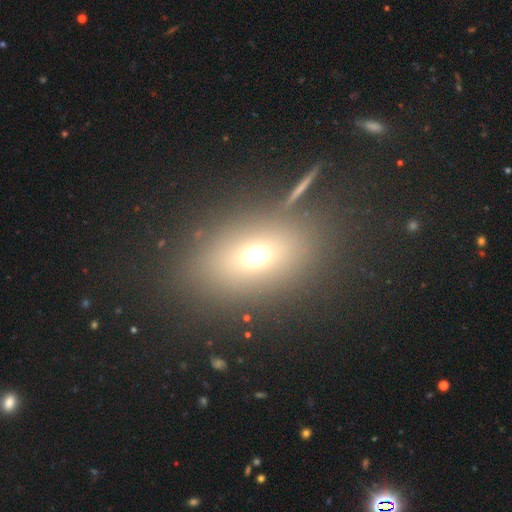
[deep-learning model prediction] smooth 64%, star or artifact 20%, featured or disk 16%. Down the decision tree: how rounded — in between (68%); merging — none (80%).